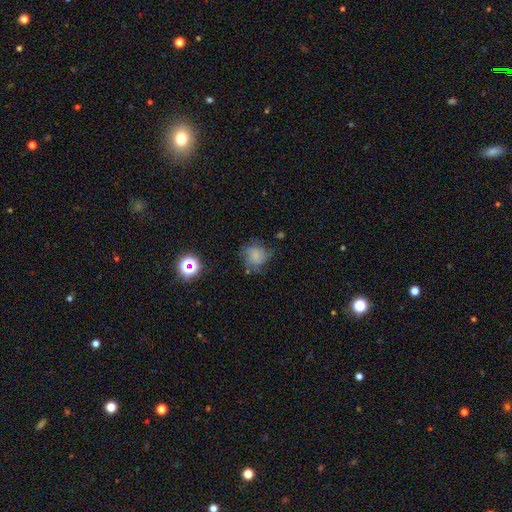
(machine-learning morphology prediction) This appears to be a smooth galaxy with no disk features (63%) that is round (81%). Merging: none (62%).